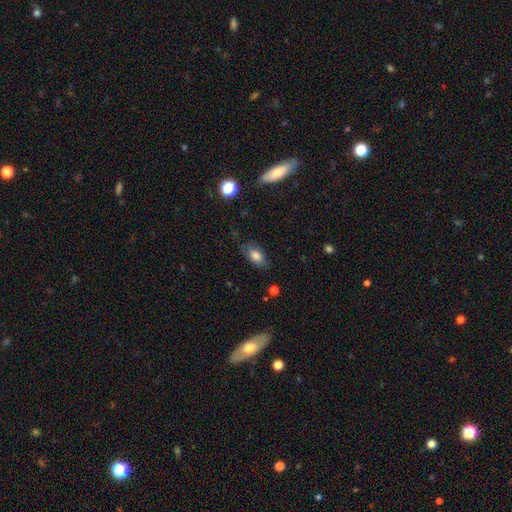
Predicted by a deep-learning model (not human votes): This is clearly a smooth galaxy (80%). How rounded: clearly in between (89%). Merging: likely none (74%).